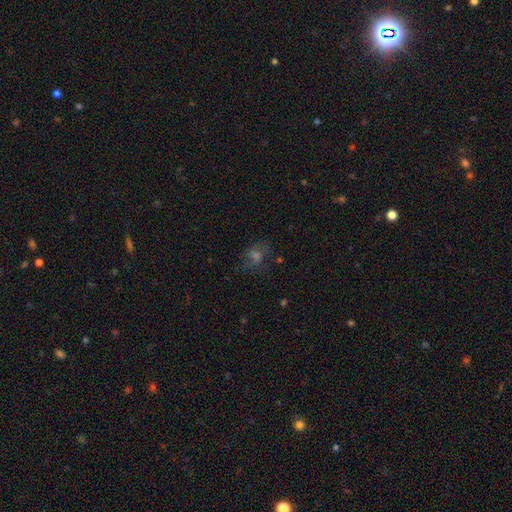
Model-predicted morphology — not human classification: Smooth or featured?
  - smooth: 41% *
  - star or artifact: 32%
  - featured or disk: 26%
Merging?
  - none: 64% *
  - minor disturbance: 18%
  - major disturbance: 15%
  - merger: 2%